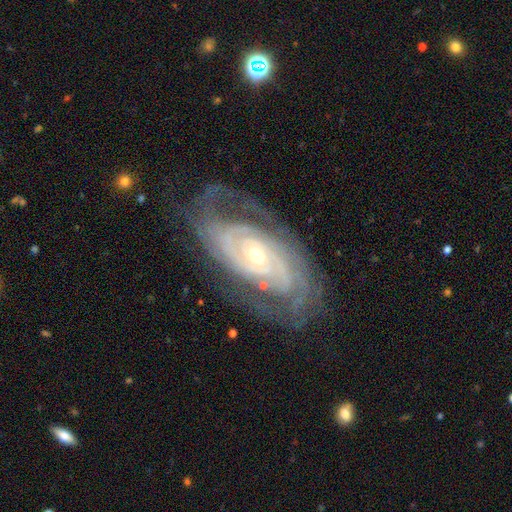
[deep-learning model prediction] Smooth or featured? Predicted: featured or disk (p=0.90). Edge-on disk? Predicted: no (p=0.95). Bar? Predicted: no (p=0.69). Spiral arms? Predicted: yes (p=0.96). Spiral winding? Predicted: tight (p=0.72). Spiral arm count? Predicted: 2 (p=0.33). Bulge size? Predicted: small (p=0.58). Merging? Predicted: none (p=0.73).